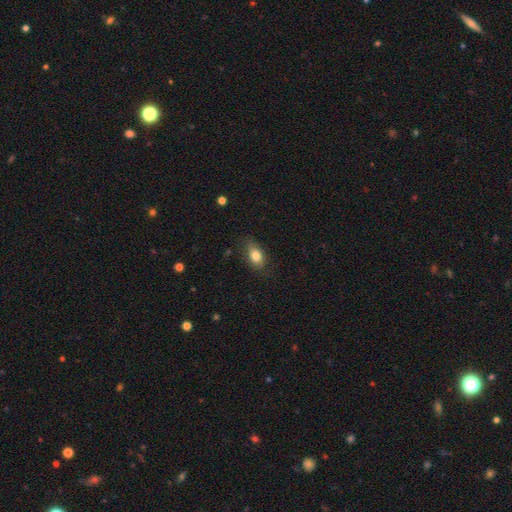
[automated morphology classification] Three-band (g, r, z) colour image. It shows a smooth galaxy with no disk features (80%) that is in between round and cigar-shaped (83%). Merging: none (76%).